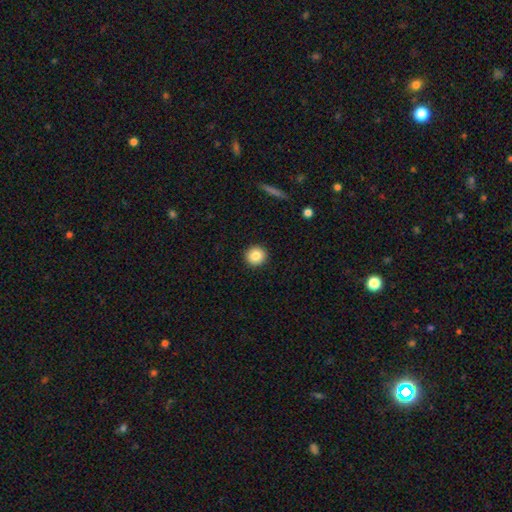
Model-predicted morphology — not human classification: type=smooth (85%); roundness=round (92%); merging=none (93%).